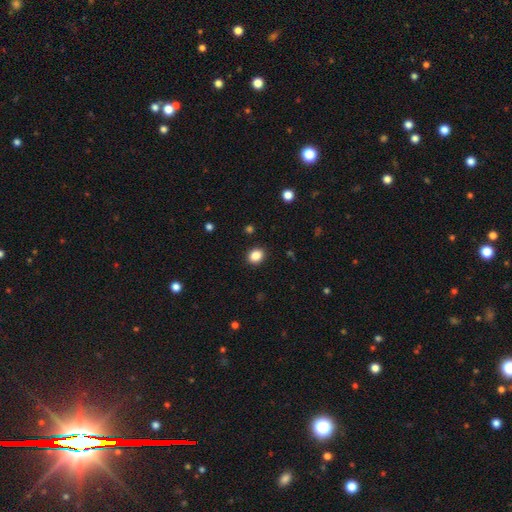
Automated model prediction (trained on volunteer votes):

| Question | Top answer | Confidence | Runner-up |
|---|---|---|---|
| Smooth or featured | smooth | 86% | star or artifact (10%) |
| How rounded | round | 61% | in between (39%) |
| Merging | none | 91% | minor disturbance (6%) |